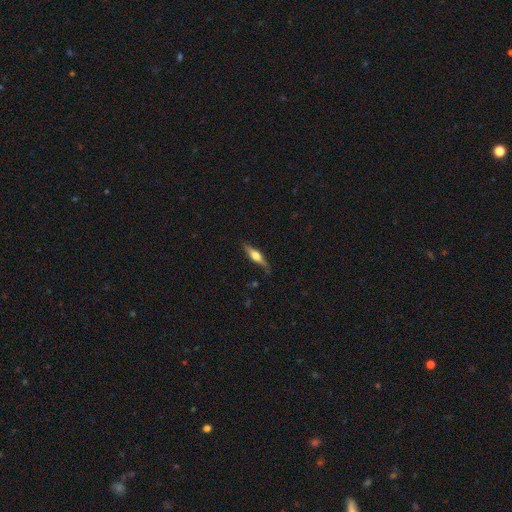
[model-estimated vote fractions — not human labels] This is possibly a featured or disk galaxy (55%). It is clearly viewed edge-on (93%). Edge-on bulge: clearly rounded (90%). Merging: likely none (79%).